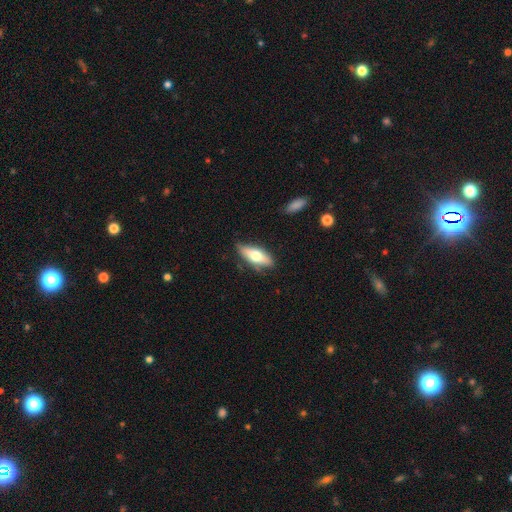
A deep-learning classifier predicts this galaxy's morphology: type=smooth (60%); roundness=in between (71%); merging=none (75%).